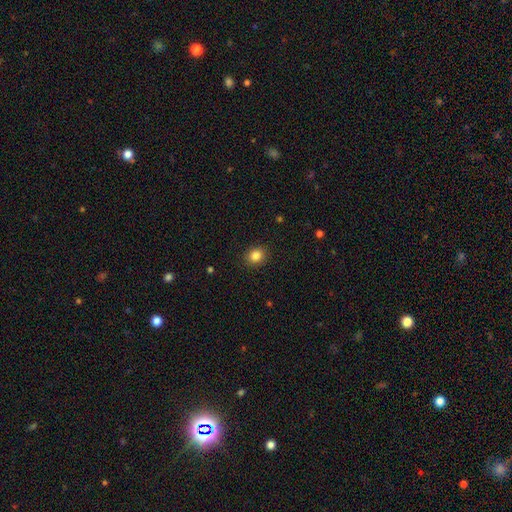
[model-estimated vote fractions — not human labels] Smooth or featured?
  - smooth: 84% *
  - star or artifact: 11%
  - featured or disk: 5%
How rounded?
  - round: 68% *
  - in between: 31%
  - cigar-shaped: 1%
Merging?
  - none: 90% *
  - minor disturbance: 7%
  - major disturbance: 2%
  - merger: 1%